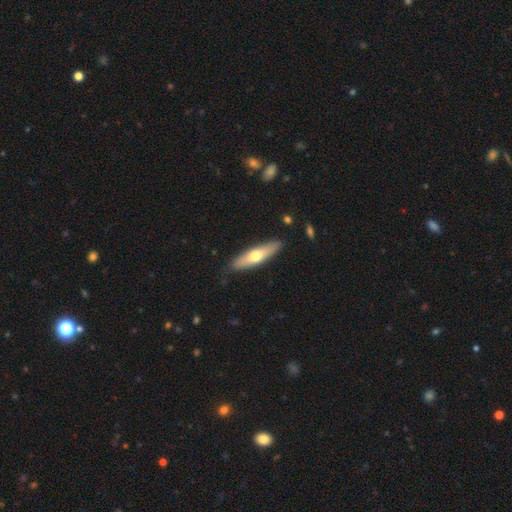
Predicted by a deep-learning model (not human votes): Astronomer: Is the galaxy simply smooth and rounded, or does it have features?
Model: smooth — 57% (runner-up: featured or disk, 38%).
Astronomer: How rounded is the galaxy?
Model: cigar-shaped — 67%.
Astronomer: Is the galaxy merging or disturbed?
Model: none — 86%.